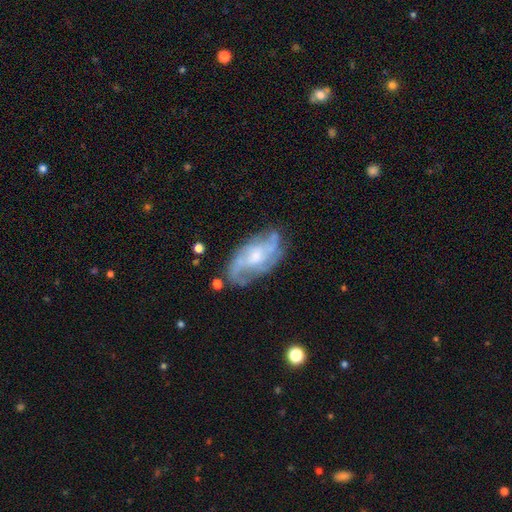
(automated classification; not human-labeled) Q: Smooth or featured?
A: featured or disk (78%); runner-up: smooth (15%)
Q: Edge-on disk?
A: no (94%); runner-up: yes (6%)
Q: Bar?
A: no (59%); runner-up: weak (33%)
Q: Spiral arms?
A: yes (87%); runner-up: no (13%)
Q: Spiral winding?
A: medium (43%); runner-up: tight (31%)
Q: Spiral arm count?
A: 2 (34%); runner-up: can't tell (31%)
Q: Bulge size?
A: moderate (46%); runner-up: small (33%)
Q: Merging?
A: none (65%); runner-up: minor disturbance (21%)